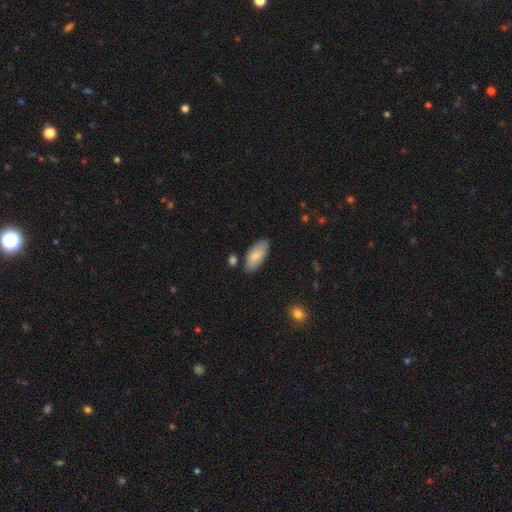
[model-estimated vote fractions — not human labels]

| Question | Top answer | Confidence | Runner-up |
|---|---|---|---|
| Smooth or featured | smooth | 81% | featured or disk (13%) |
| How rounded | in between | 90% | cigar-shaped (8%) |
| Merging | none | 81% | minor disturbance (14%) |